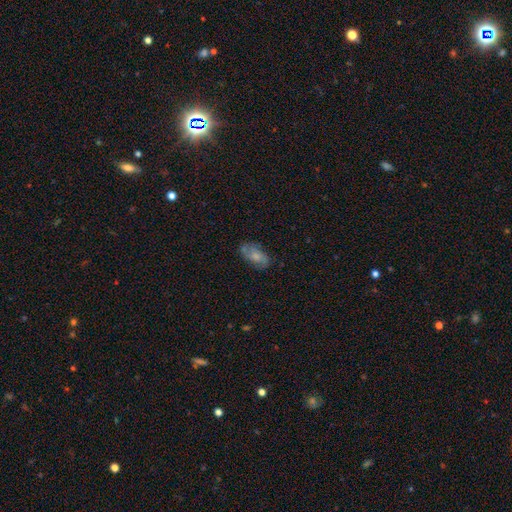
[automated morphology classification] Smooth or featured: smooth — 58% (featured or disk — 34%)
How rounded: in between — 90% (cigar-shaped — 6%)
Merging: none — 68% (minor disturbance — 22%)